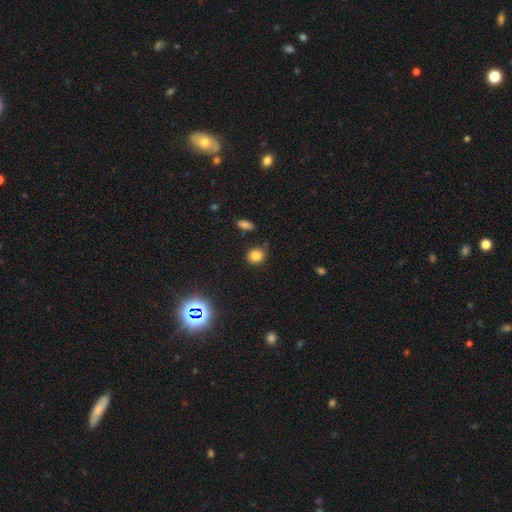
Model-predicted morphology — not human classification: A smooth galaxy with no disk features (81%) that is round (75%).

Vote fractions:
- Smooth or featured? smooth: 81% / star or artifact: 13% / featured or disk: 6%
- How rounded? round: 75% / in between: 24% / cigar-shaped: 1%
- Merging? none: 76% / minor disturbance: 16% / merger: 4% / major disturbance: 4%